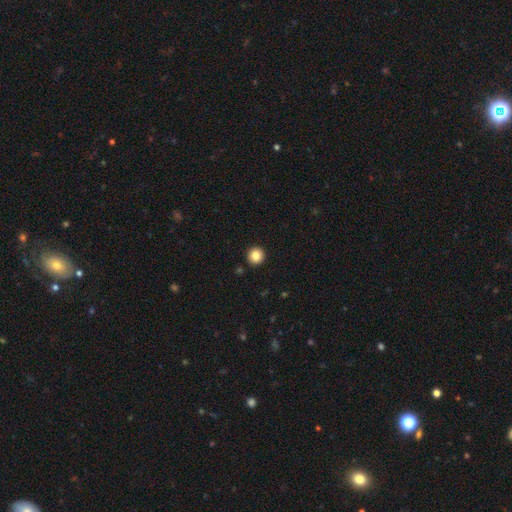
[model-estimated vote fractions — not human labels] smooth_or_featured: smooth (p=0.84) [alt: star or artifact p=0.10]
how_rounded: round (p=0.95) [alt: in between p=0.04]
merging: none (p=0.93) [alt: minor disturbance p=0.04]